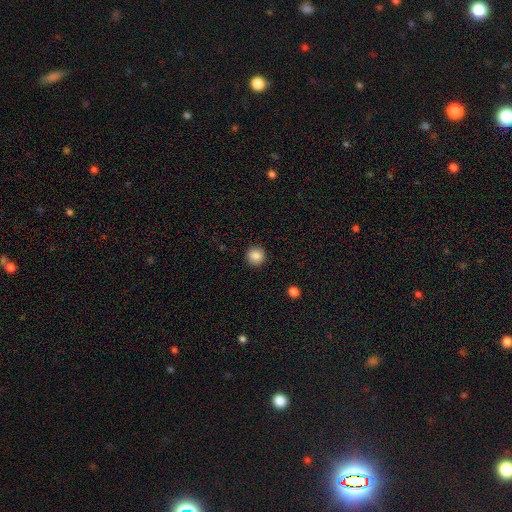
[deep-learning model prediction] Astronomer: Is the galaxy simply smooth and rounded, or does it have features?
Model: smooth — 87%.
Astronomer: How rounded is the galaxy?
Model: round — 92%.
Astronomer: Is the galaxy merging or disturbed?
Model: none — 91%.